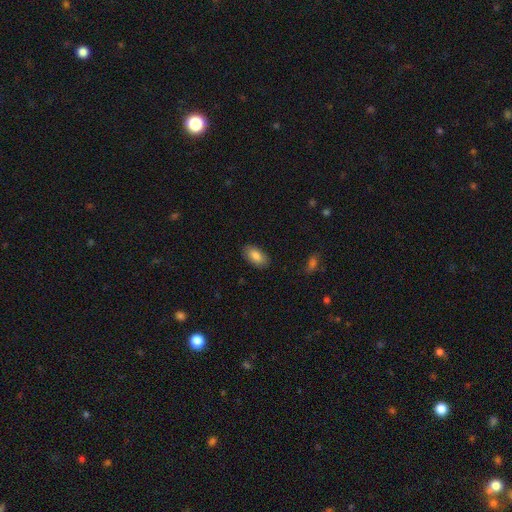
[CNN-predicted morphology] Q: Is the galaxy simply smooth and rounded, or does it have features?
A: smooth — 86%.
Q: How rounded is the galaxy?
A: in between — 94%.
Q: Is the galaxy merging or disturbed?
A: none — 86%.